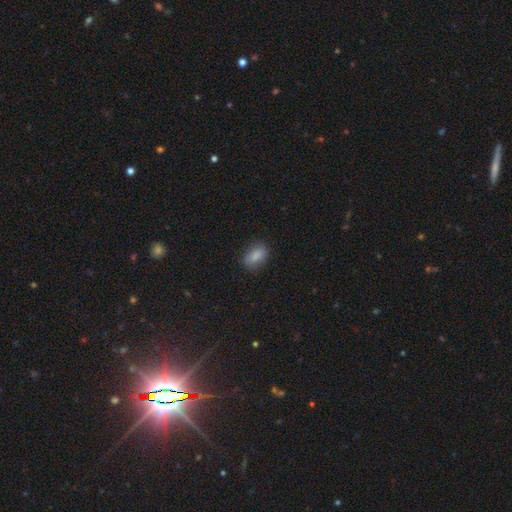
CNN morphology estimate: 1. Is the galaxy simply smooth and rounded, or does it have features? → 84% smooth, 8% star or artifact, 8% featured or disk.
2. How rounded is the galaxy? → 87% in between, 9% round, 4% cigar-shaped.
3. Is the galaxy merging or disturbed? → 79% none, 16% minor disturbance, 4% major disturbance, 1% merger.